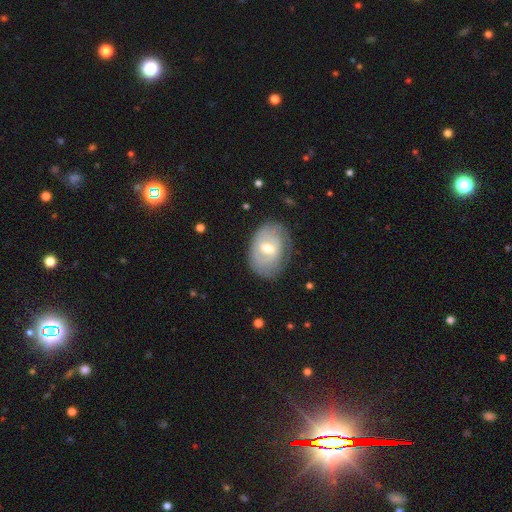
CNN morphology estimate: Overall: featured or disk (50%; smooth 31%). Edge-on disk: no (90%). Merging: none (80%).